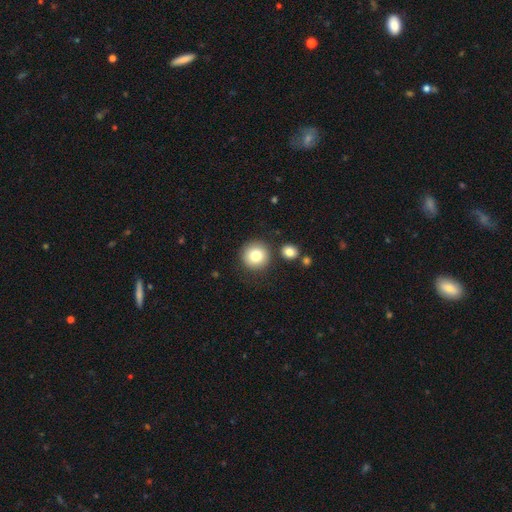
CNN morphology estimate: smooth_or_featured: smooth (p=0.81) [alt: star or artifact p=0.10]
how_rounded: round (p=0.94) [alt: in between p=0.05]
merging: none (p=0.83) [alt: minor disturbance p=0.08]